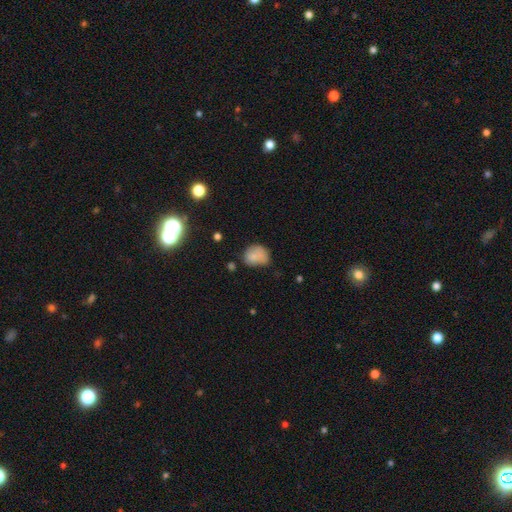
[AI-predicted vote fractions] smooth_or_featured: smooth (p=0.79) [alt: featured or disk p=0.11]
how_rounded: round (p=0.52) [alt: in between p=0.47]
merging: none (p=0.46) [alt: minor disturbance p=0.36]